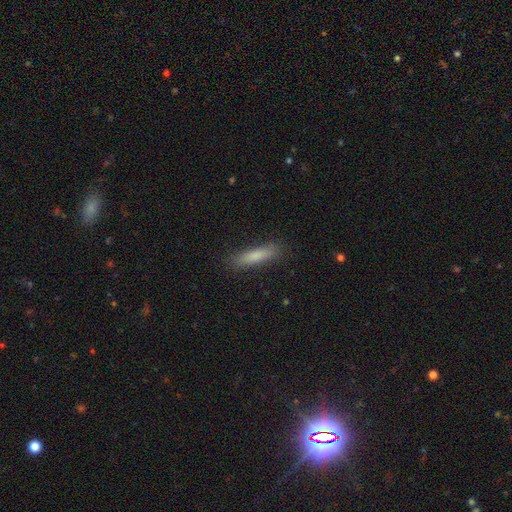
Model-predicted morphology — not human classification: Smooth or featured? Predicted: smooth (p=0.79). How rounded? Predicted: cigar-shaped (p=0.80). Merging? Predicted: none (p=0.86).